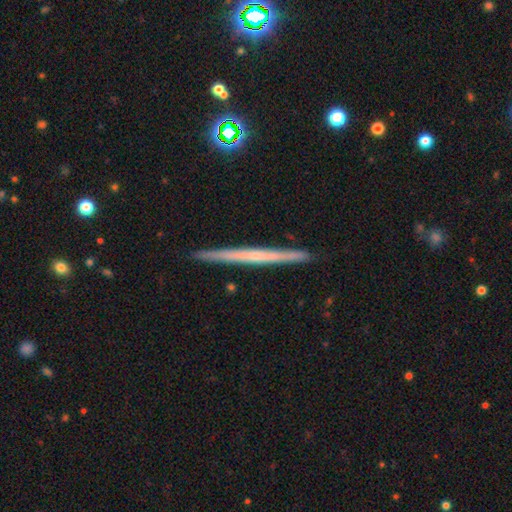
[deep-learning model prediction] A featured or disk galaxy (63%) viewed edge-on (98%) with no central bulge (75%).

Vote fractions:
- Smooth or featured? featured or disk: 63% / smooth: 31% / star or artifact: 6%
- Edge-on disk? yes: 98% / no: 2%
- Edge-on bulge? none: 75% / rounded: 21% / boxy: 4%
- Merging? none: 92% / minor disturbance: 5% / merger: 1% / major disturbance: 1%